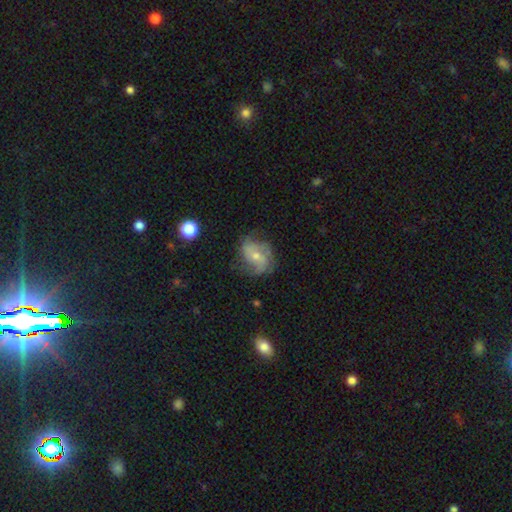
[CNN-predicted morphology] Smooth or featured? Predicted: featured or disk (p=0.70). Edge-on disk? Predicted: no (p=0.97). Bar? Predicted: no (p=0.57). Spiral arms? Predicted: yes (p=0.89). Spiral winding? Predicted: medium (p=0.43). Spiral arm count? Predicted: 2 (p=0.44). Bulge size? Predicted: small (p=0.54). Merging? Predicted: none (p=0.66).